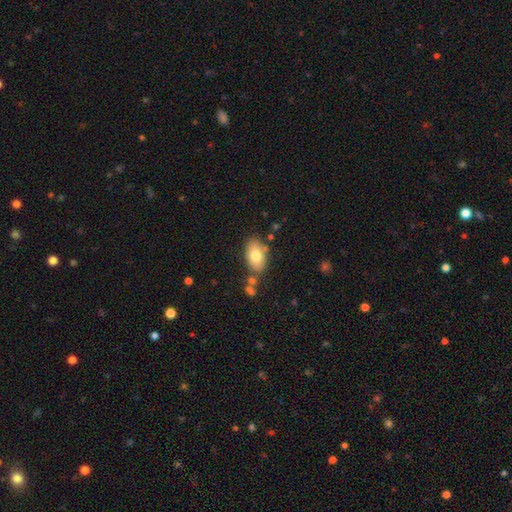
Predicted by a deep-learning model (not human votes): A smooth galaxy with no disk features (77%) that is in between round and cigar-shaped (91%). Merging: none (75%).